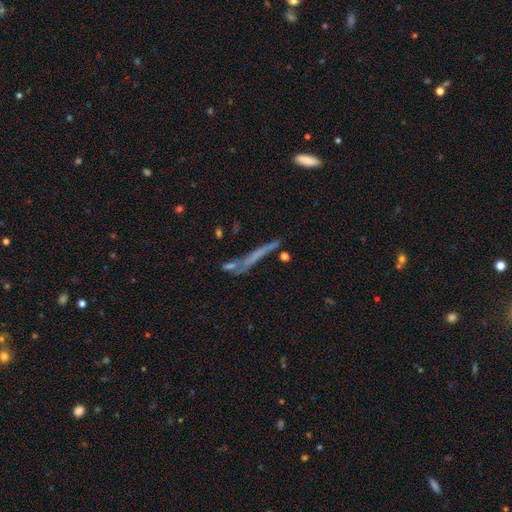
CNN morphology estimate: featured or disk 46%, smooth 39%, star or artifact 15%. Down the decision tree: merging — none (65%).